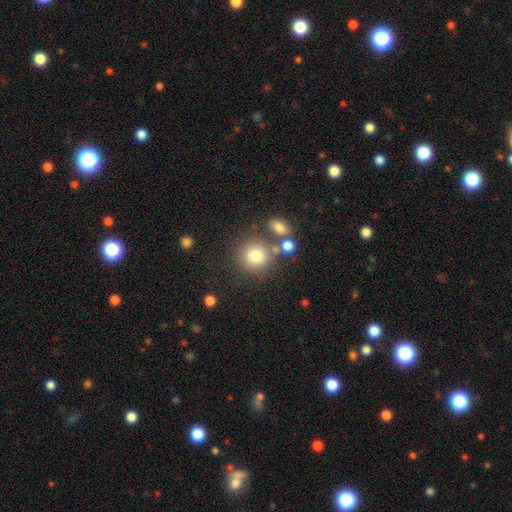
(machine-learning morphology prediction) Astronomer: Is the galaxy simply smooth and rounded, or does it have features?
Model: smooth — 79%.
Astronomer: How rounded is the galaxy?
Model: round — 90%.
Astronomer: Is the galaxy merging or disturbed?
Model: none — 69%.